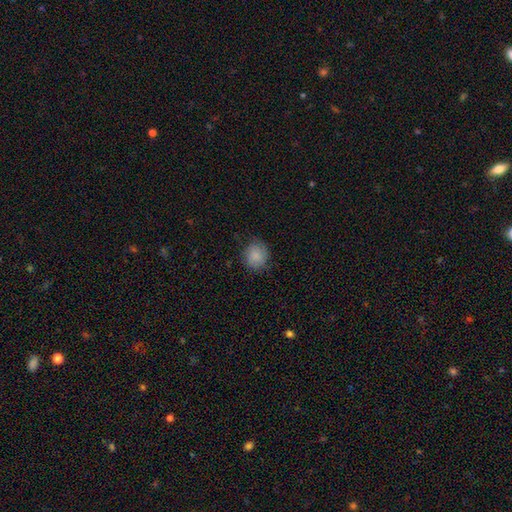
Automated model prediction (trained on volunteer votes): Morphology: type=smooth (82%); roundness=round (77%); merging=none (75%).